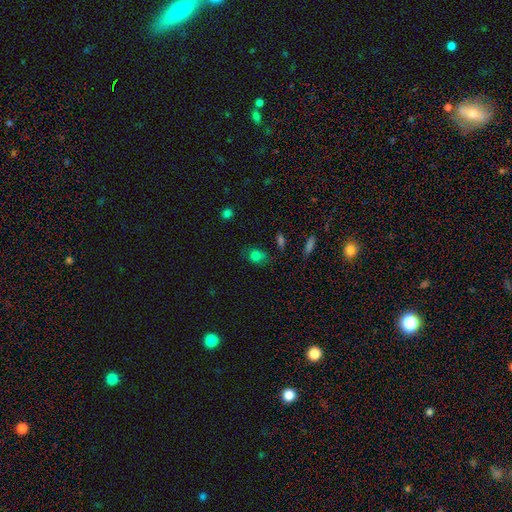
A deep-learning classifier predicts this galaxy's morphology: smooth-or-featured: smooth: 76% | star or artifact: 17% | featured or disk: 8%
  how-rounded: in between: 58% | round: 40% | cigar-shaped: 2%
  merging: none: 65% | minor disturbance: 24% | major disturbance: 8% | merger: 3%